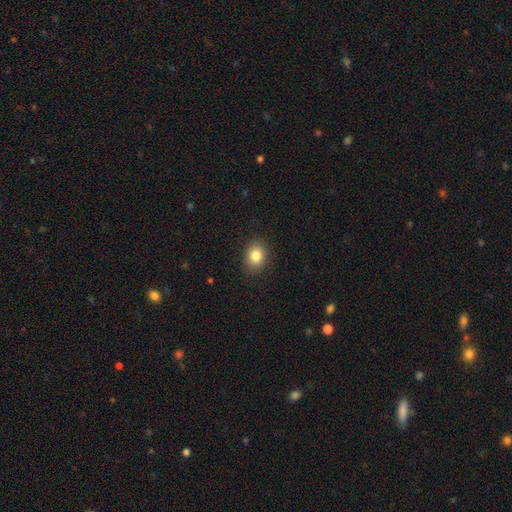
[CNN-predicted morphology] This appears to be a smooth galaxy with no disk features (84%) that is in between round and cigar-shaped (59%). Merging: none (88%).